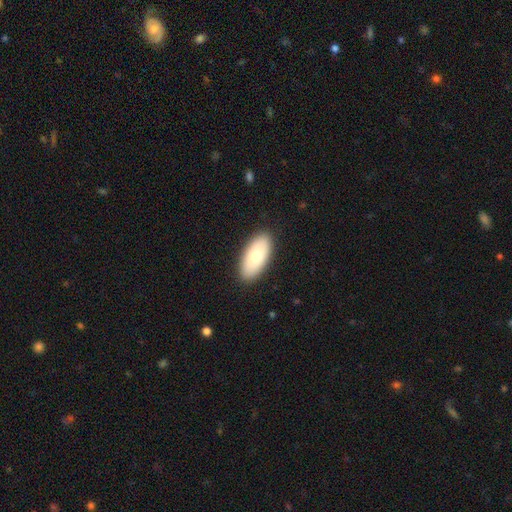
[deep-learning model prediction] A smooth galaxy with no disk features (77%) that is in between round and cigar-shaped (92%).

Vote fractions:
- Smooth or featured? smooth: 77% / featured or disk: 17% / star or artifact: 6%
- How rounded? in between: 92% / cigar-shaped: 5% / round: 2%
- Merging? none: 89% / minor disturbance: 8% / major disturbance: 2% / merger: 1%